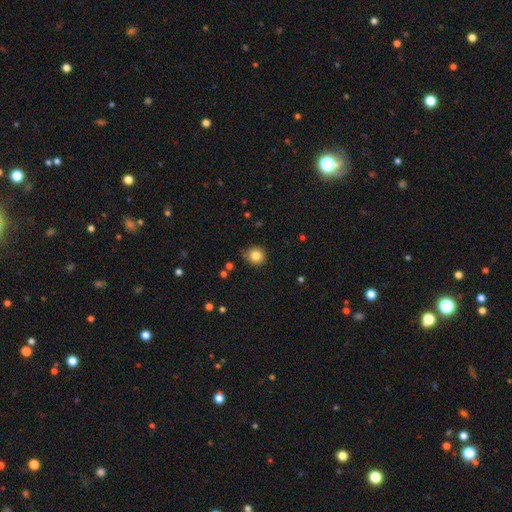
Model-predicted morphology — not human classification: type=smooth (83%); roundness=round (92%); merging=none (86%).